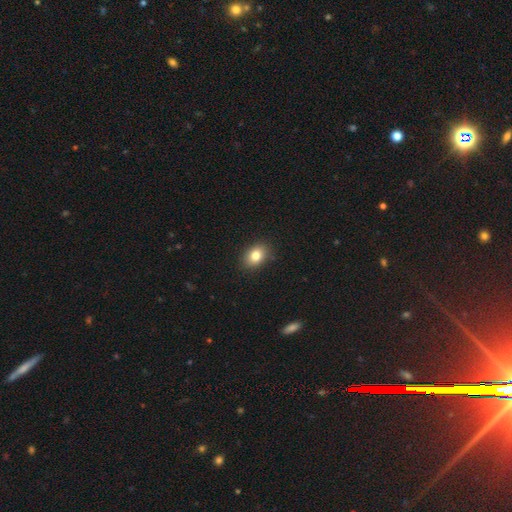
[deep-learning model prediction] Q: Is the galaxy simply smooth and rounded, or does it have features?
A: smooth — 81%.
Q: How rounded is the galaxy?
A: in between — 72%.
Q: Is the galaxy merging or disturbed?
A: none — 86%.